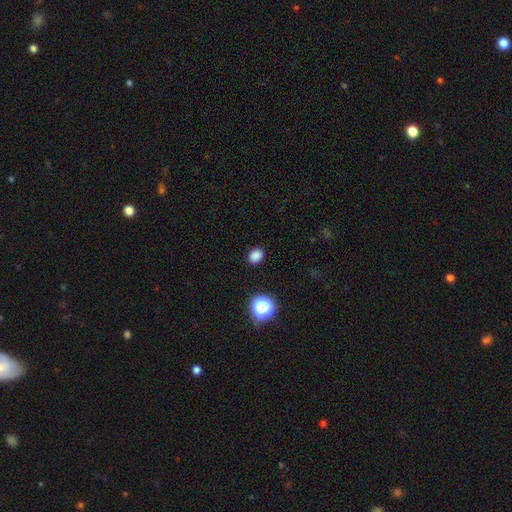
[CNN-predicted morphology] The model was most divided on "how rounded": round: 51%, in between: 48%, cigar-shaped: 1%. More confident: merging — none (88%); smooth or featured — smooth (83%).